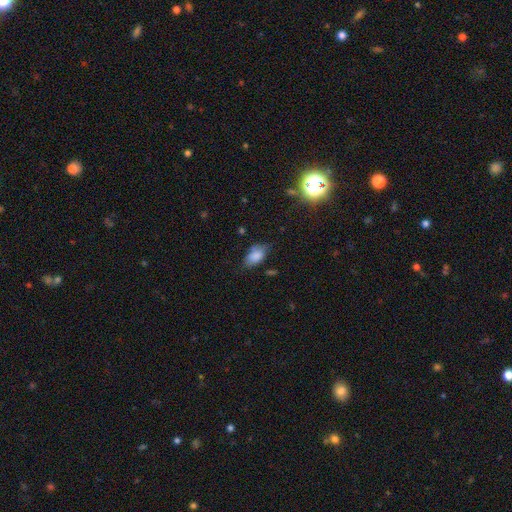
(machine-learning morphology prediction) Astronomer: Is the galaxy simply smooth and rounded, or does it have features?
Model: smooth — 81%.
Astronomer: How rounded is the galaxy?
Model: in between — 91%.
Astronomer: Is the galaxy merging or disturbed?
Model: none — 61%.